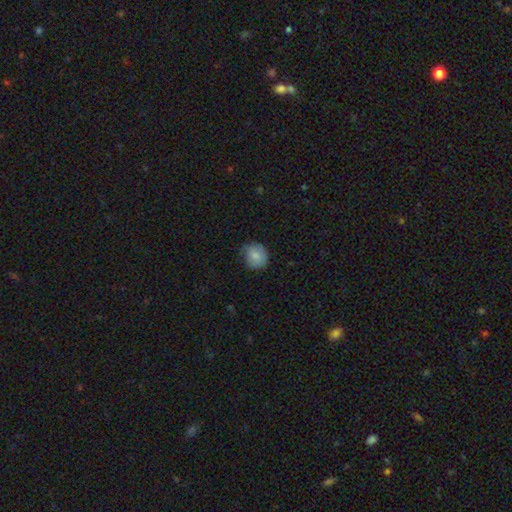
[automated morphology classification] smooth-or-featured: smooth: 82% | featured or disk: 10% | star or artifact: 8%
  how-rounded: round: 77% | in between: 22% | cigar-shaped: 1%
  merging: none: 68% | minor disturbance: 26% | major disturbance: 6% | merger: 1%